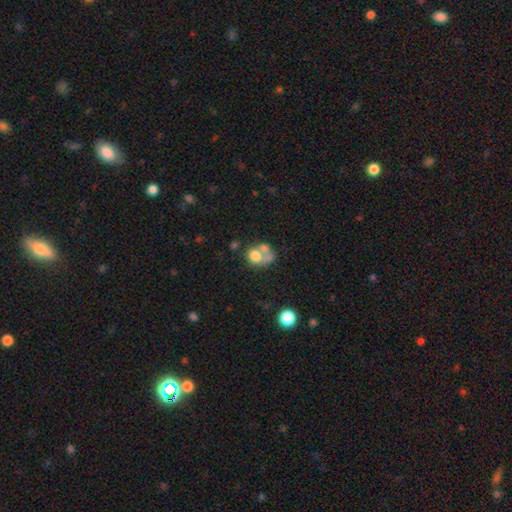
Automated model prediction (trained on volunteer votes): smooth_or_featured: smooth (p=0.63) [alt: featured or disk p=0.25]
how_rounded: round (p=0.58) [alt: in between p=0.41]
merging: merger (p=0.55) [alt: none p=0.24]